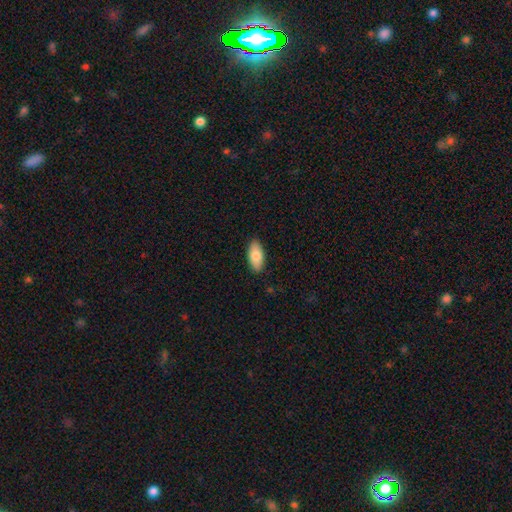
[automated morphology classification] Smooth or featured? smooth (82%)
How rounded? in between (90%)
Merging? none (89%)